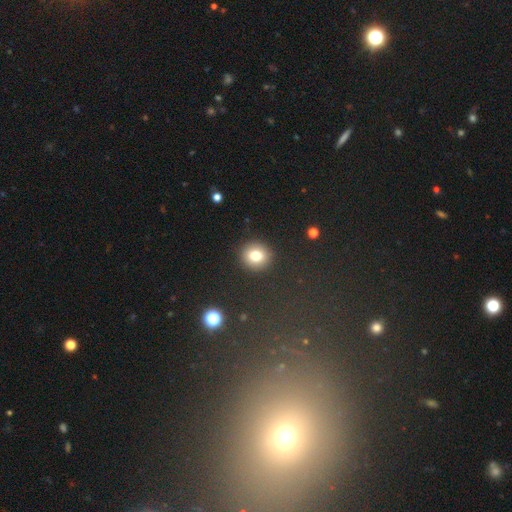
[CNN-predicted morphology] Smooth or featured? smooth (79%)
How rounded? round (88%)
Merging? none (91%)